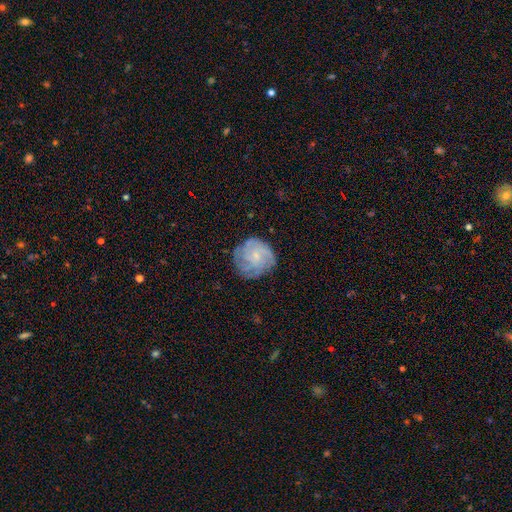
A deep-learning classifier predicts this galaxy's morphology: smooth_or_featured: featured or disk (p=0.64) [alt: smooth p=0.28]
disk_edge_on: no (p=0.98) [alt: yes p=0.02]
bar: no (p=0.72) [alt: weak p=0.25]
has_spiral_arms: yes (p=0.88) [alt: no p=0.12]
spiral_winding: tight (p=0.59) [alt: medium p=0.31]
spiral_arm_count: can't tell (p=0.39) [alt: 4 p=0.21]
bulge_size: small (p=0.65) [alt: moderate p=0.19]
merging: none (p=0.75) [alt: minor disturbance p=0.18]